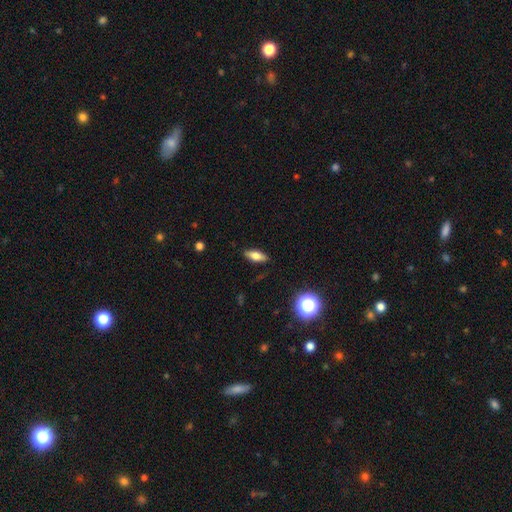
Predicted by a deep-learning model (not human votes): The model was most divided on "how rounded": in between: 68%, cigar-shaped: 28%, round: 4%. More confident: merging — none (87%); smooth or featured — smooth (66%).